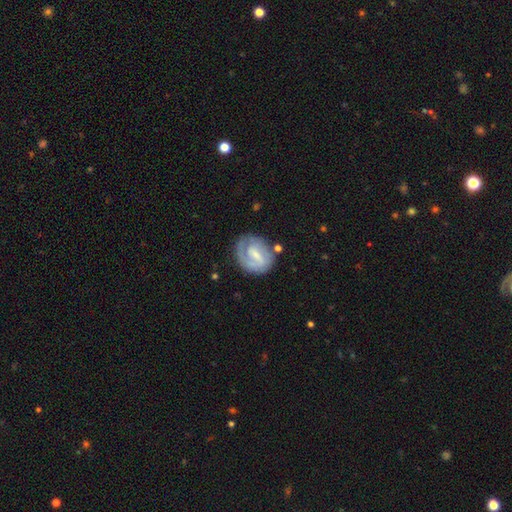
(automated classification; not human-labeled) A featured or disk galaxy (66%) with a weak bar (49%), 1 (39%) tight (55%) spiral arms (79%) and a small central bulge (40%).

Vote fractions:
- Smooth or featured? featured or disk: 66% / smooth: 28% / star or artifact: 6%
- Edge-on disk? no: 97% / yes: 3%
- Bar? weak: 49% / strong: 32% / no: 19%
- Spiral arms? yes: 79% / no: 21%
- Spiral winding? tight: 55% / medium: 31% / loose: 14%
- Spiral arm count? 1: 39% / 2: 38% / can't tell: 18% / 3: 3% / 4: 1% / more than 4: 1%
- Bulge size? small: 40% / moderate: 30% / none: 22% / large: 6% / dominant: 1%
- Merging? none: 64% / minor disturbance: 20% / major disturbance: 12% / merger: 4%